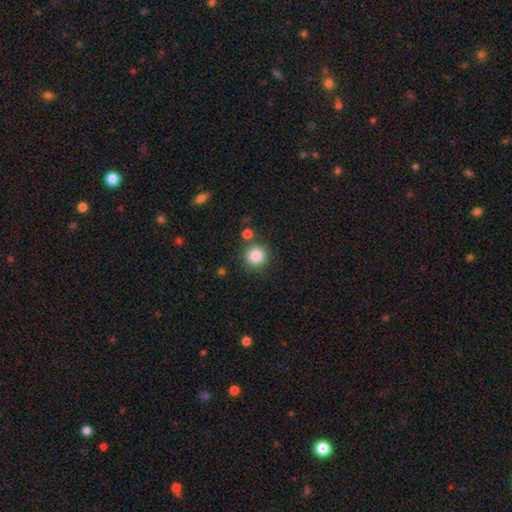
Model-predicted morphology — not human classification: Smooth or featured?
  - smooth: 85% *
  - star or artifact: 10%
  - featured or disk: 5%
How rounded?
  - round: 94% *
  - in between: 5%
  - cigar-shaped: 1%
Merging?
  - none: 83% *
  - minor disturbance: 7%
  - merger: 7%
  - major disturbance: 3%